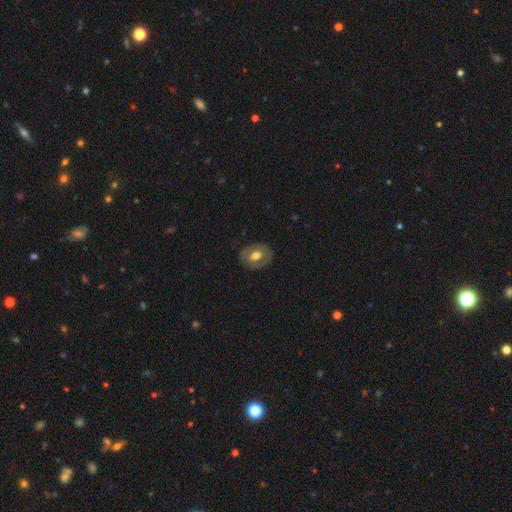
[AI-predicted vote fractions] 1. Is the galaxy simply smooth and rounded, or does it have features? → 48% smooth, 46% featured or disk, 6% star or artifact.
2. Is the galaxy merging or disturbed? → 83% none, 12% minor disturbance, 4% major disturbance, 1% merger.